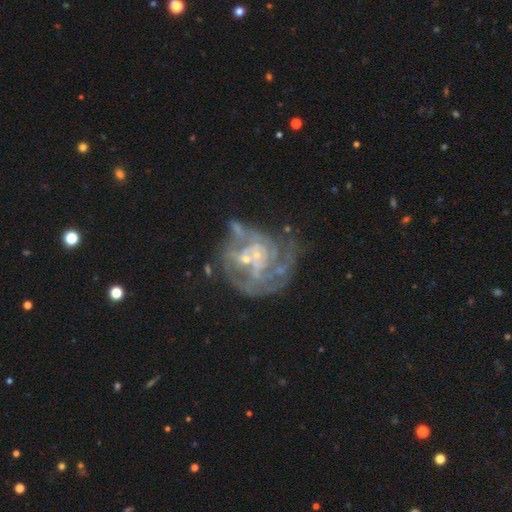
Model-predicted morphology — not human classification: smooth_or_featured: featured or disk (p=0.79) [alt: smooth p=0.11]
disk_edge_on: no (p=0.98) [alt: yes p=0.02]
bar: no (p=0.70) [alt: weak p=0.24]
has_spiral_arms: yes (p=0.74) [alt: no p=0.26]
spiral_winding: tight (p=0.51) [alt: medium p=0.34]
spiral_arm_count: can't tell (p=0.44) [alt: 3 p=0.17]
bulge_size: small (p=0.67) [alt: none p=0.18]
merging: none (p=0.36) [alt: major disturbance p=0.28]